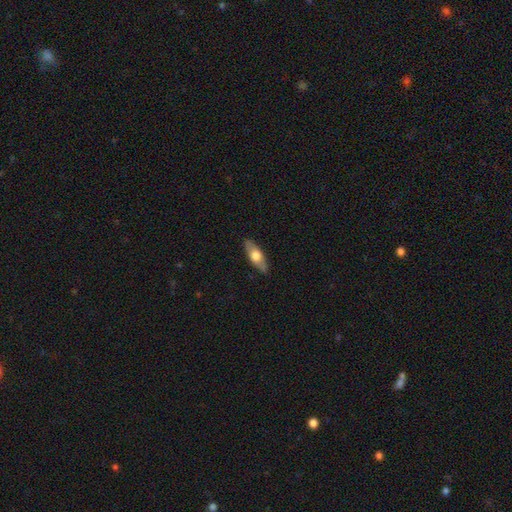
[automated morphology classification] The model was most divided on "smooth or featured": smooth: 57%, featured or disk: 38%, star or artifact: 5%. More confident: merging — none (87%); how rounded — in between (68%).